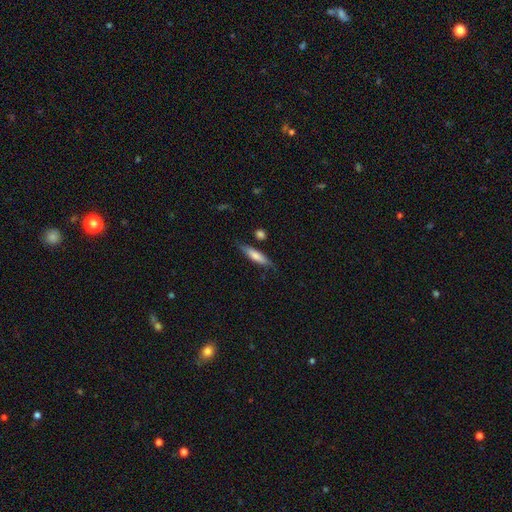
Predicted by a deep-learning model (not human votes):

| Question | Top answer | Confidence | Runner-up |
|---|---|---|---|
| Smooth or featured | smooth | 70% | featured or disk (24%) |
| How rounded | cigar-shaped | 77% | in between (22%) |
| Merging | none | 78% | minor disturbance (16%) |